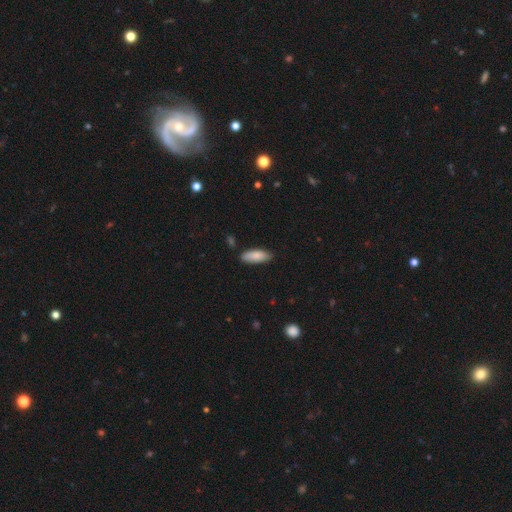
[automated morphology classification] Q: Smooth or featured?
A: smooth (84%); runner-up: featured or disk (10%)
Q: How rounded?
A: in between (72%); runner-up: cigar-shaped (26%)
Q: Merging?
A: none (80%); runner-up: minor disturbance (16%)